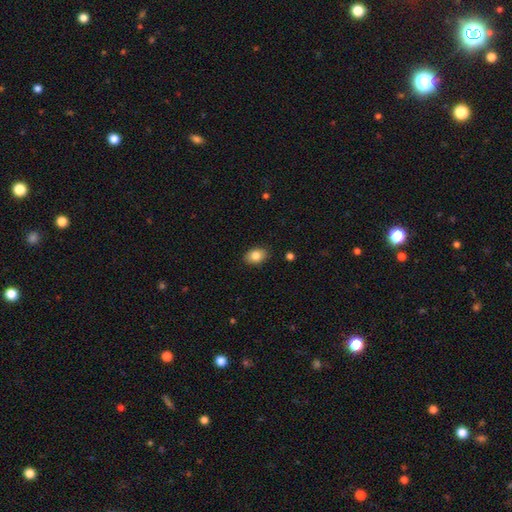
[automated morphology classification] Smooth or featured?
  - smooth: 82% *
  - featured or disk: 10%
  - star or artifact: 8%
How rounded?
  - in between: 81% *
  - round: 18%
  - cigar-shaped: 1%
Merging?
  - none: 89% *
  - minor disturbance: 8%
  - major disturbance: 2%
  - merger: 1%